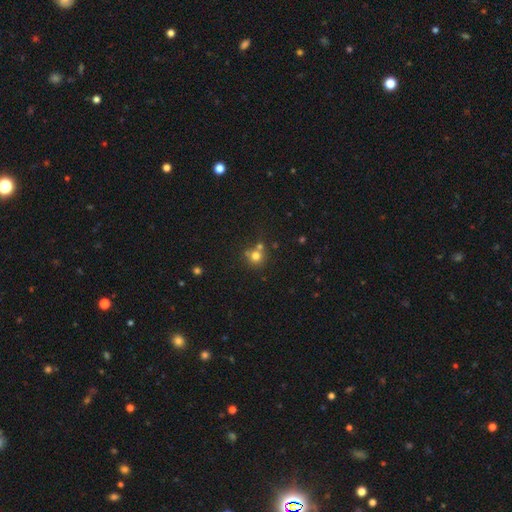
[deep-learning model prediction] Q: Smooth or featured?
A: smooth (74%); runner-up: star or artifact (16%)
Q: How rounded?
A: round (89%); runner-up: in between (10%)
Q: Merging?
A: none (58%); runner-up: merger (29%)